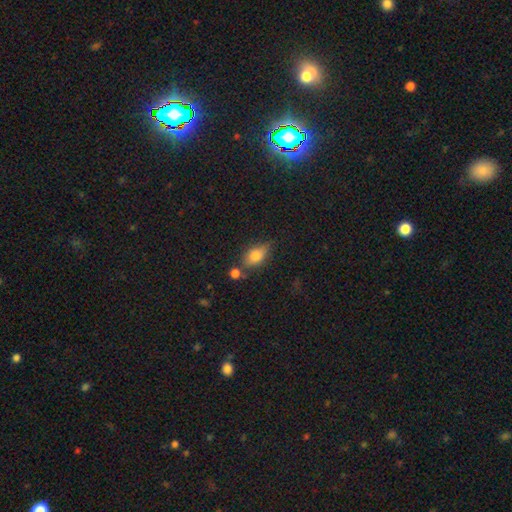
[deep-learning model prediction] smooth 76%, featured or disk 15%, star or artifact 9%. Down the decision tree: how rounded — in between (84%); merging — none (63%).